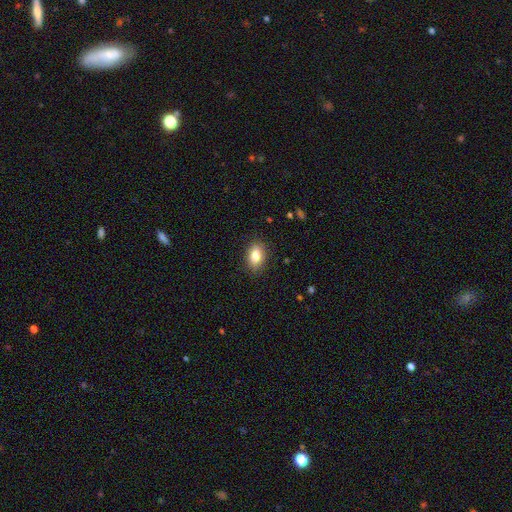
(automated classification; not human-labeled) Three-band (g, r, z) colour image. It shows a smooth galaxy with no disk features (83%) that is in between round and cigar-shaped (83%). Merging: none (87%).